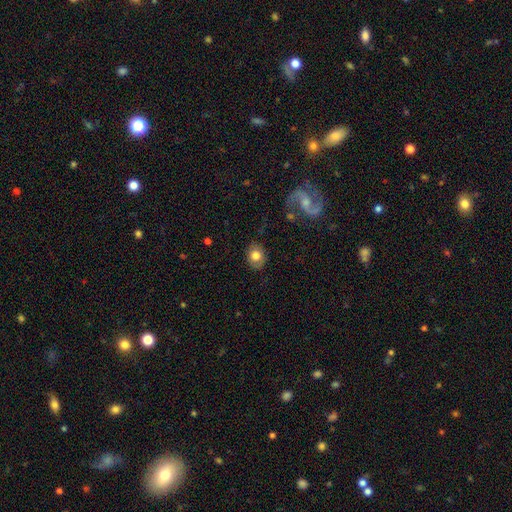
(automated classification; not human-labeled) smooth 73%, featured or disk 19%, star or artifact 8%. Down the decision tree: how rounded — round (50%); merging — none (81%).